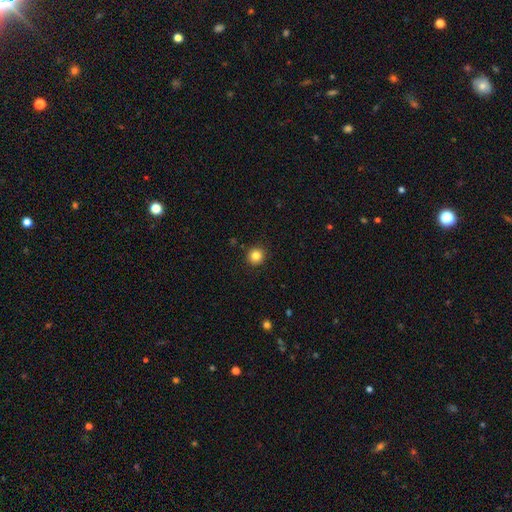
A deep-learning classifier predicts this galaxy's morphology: Smooth or featured? smooth (84%)
How rounded? round (94%)
Merging? none (92%)